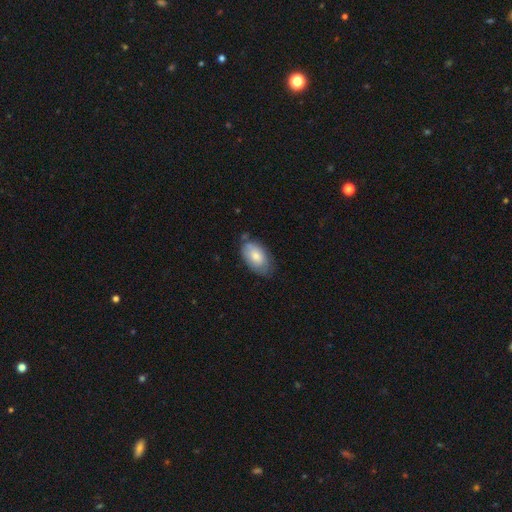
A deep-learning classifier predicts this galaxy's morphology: Smooth or featured? Predicted: smooth (p=0.77). How rounded? Predicted: in between (p=0.94). Merging? Predicted: none (p=0.63).